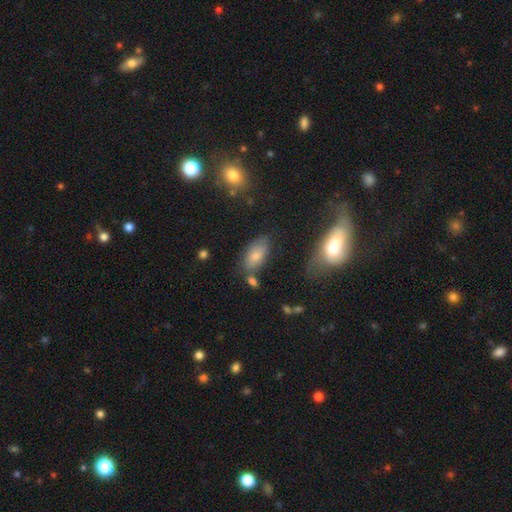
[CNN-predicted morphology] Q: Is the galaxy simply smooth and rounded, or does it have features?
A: smooth — 75%.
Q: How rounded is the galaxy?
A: in between — 92%.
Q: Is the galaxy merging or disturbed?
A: none — 65%.